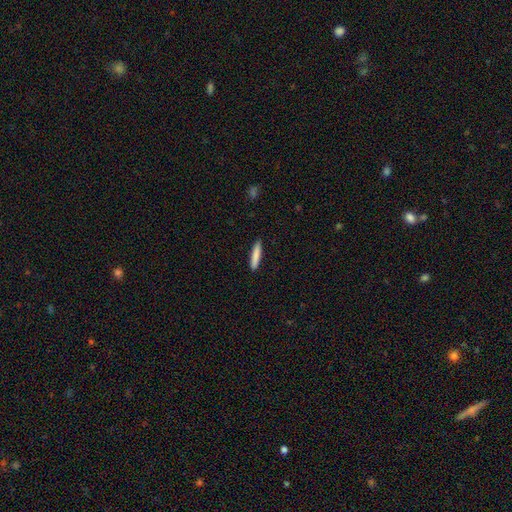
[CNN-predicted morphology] A smooth galaxy with no disk features (84%) that is cigar-shaped (91%). Merging: none (91%).